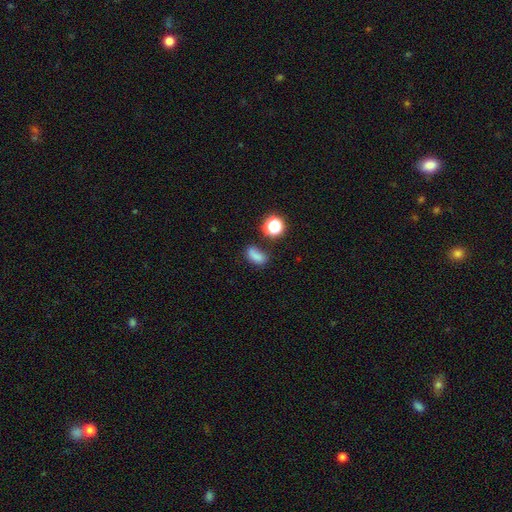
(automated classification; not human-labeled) Smooth or featured: smooth — 74% (star or artifact — 17%)
How rounded: in between — 77% (round — 18%)
Merging: none — 52% (minor disturbance — 22%)